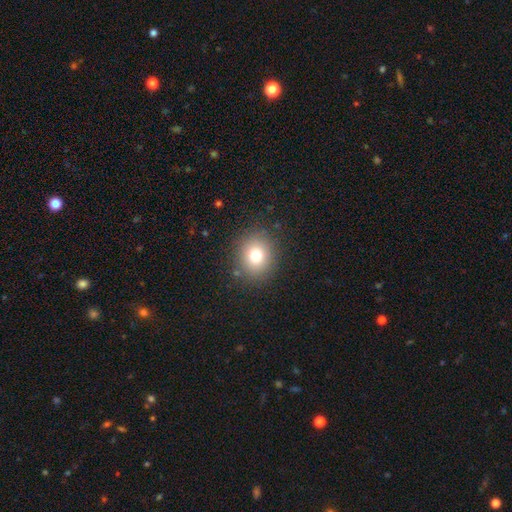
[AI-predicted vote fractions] A smooth galaxy with no disk features (76%) that is round (76%). Merging: none (86%).